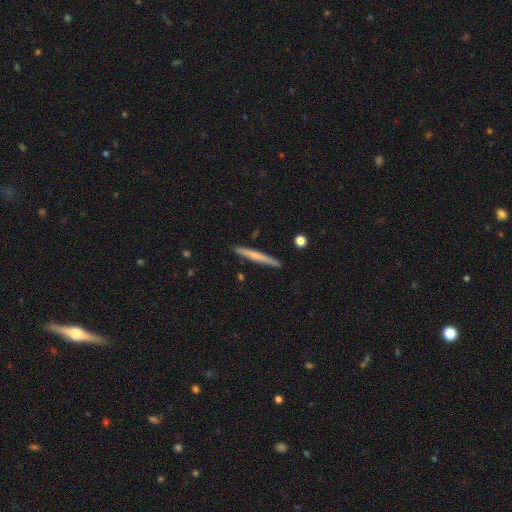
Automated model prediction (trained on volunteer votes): Smooth or featured?
  - smooth: 55% *
  - featured or disk: 39%
  - star or artifact: 6%
How rounded?
  - cigar-shaped: 97% *
  - in between: 2%
  - round: 1%
Merging?
  - none: 90% *
  - minor disturbance: 7%
  - merger: 2%
  - major disturbance: 1%